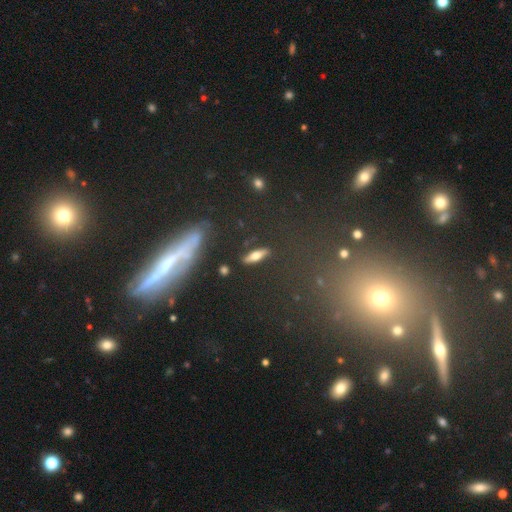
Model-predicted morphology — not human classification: Q: Smooth or featured?
A: smooth (56%); runner-up: featured or disk (33%)
Q: How rounded?
A: cigar-shaped (57%); runner-up: in between (38%)
Q: Merging?
A: none (88%); runner-up: minor disturbance (8%)